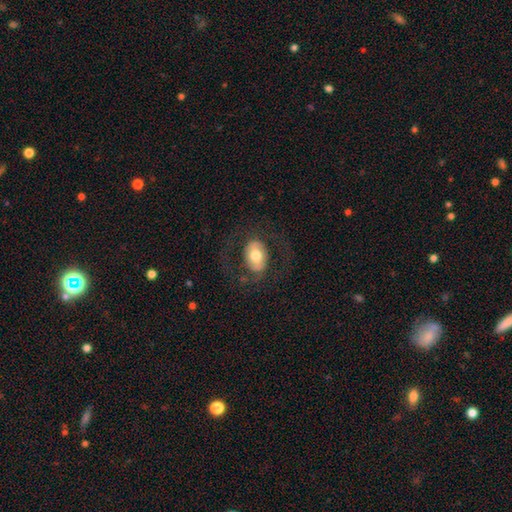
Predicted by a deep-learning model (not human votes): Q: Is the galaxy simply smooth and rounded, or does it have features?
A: smooth — 49%.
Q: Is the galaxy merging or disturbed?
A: none — 71%.